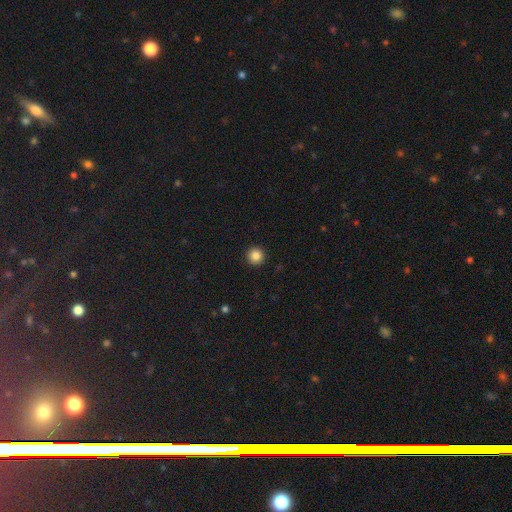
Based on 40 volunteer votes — Overall: smooth (90%). How rounded: round (100%). Merging: none (100%).